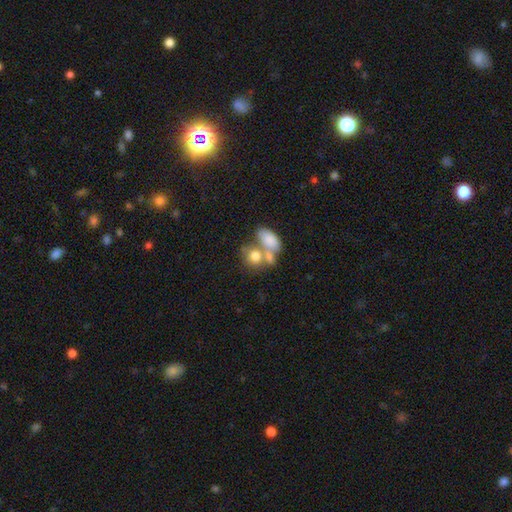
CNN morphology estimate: smooth 75%, featured or disk 17%, star or artifact 9%. Down the decision tree: how rounded — in between (62%); merging — merger (55%).